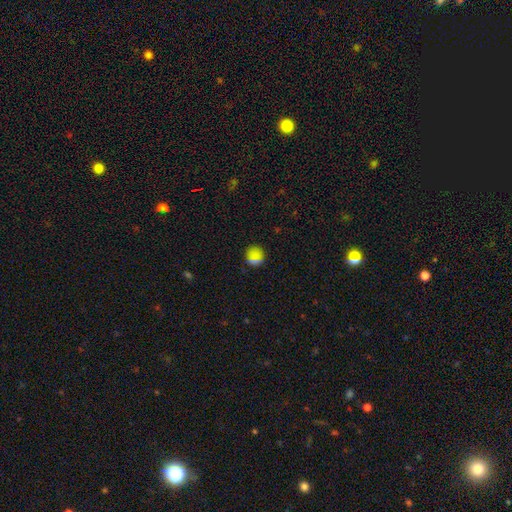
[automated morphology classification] type=smooth (69%); roundness=round (90%); merging=none (83%).